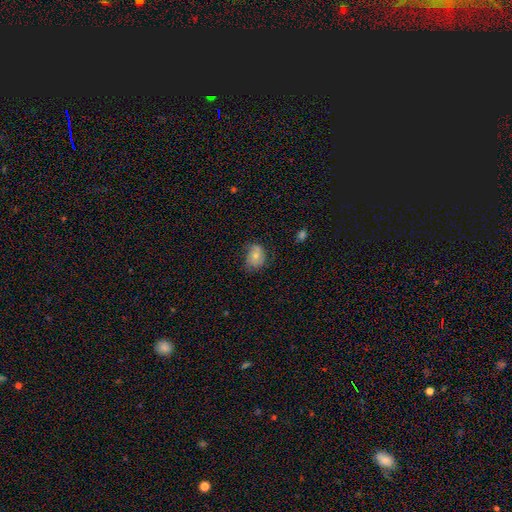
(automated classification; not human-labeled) Smooth or featured?
  - smooth: 66% *
  - featured or disk: 26%
  - star or artifact: 9%
How rounded?
  - in between: 60% *
  - round: 39%
  - cigar-shaped: 1%
Merging?
  - none: 57% *
  - minor disturbance: 31%
  - major disturbance: 10%
  - merger: 1%